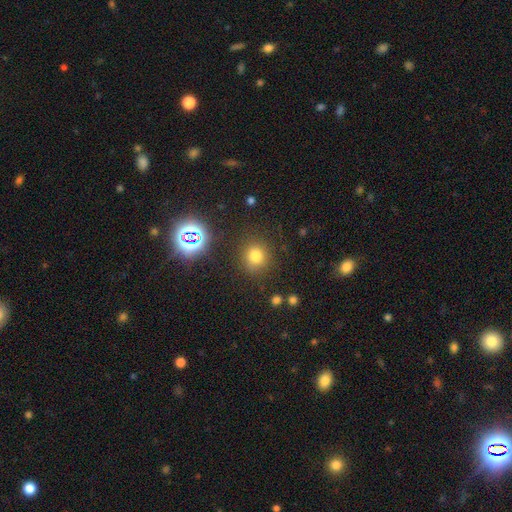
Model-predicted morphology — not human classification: smooth 73%, star or artifact 19%, featured or disk 7%. Down the decision tree: how rounded — round (84%); merging — none (84%).